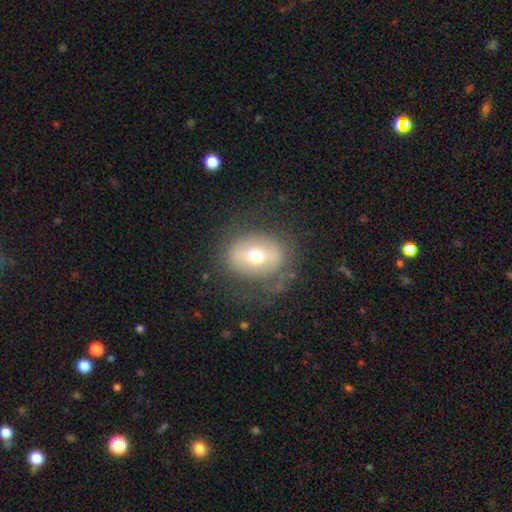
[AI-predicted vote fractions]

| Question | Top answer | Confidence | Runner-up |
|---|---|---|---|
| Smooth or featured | smooth | 48% | featured or disk (42%) |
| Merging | none | 71% | minor disturbance (16%) |